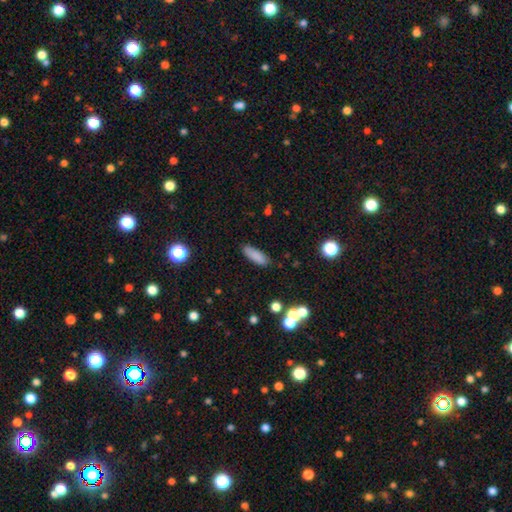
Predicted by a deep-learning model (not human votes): Smooth or featured? smooth (84%)
How rounded? in between (53%)
Merging? none (85%)